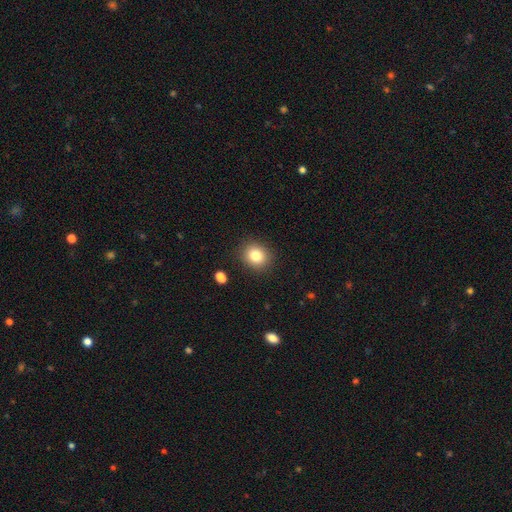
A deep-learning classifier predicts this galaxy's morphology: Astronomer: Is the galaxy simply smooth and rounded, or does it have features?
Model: smooth — 81%.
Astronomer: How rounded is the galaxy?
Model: round — 74%.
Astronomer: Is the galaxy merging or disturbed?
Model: none — 88%.